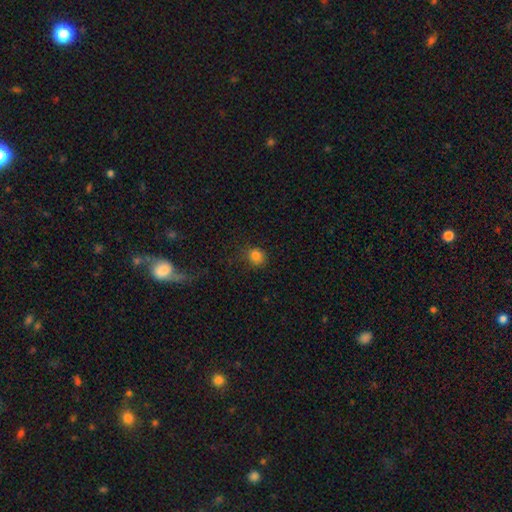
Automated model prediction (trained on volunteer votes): smooth-or-featured: smooth: 80% | star or artifact: 15% | featured or disk: 5%
  how-rounded: round: 78% | in between: 21% | cigar-shaped: 1%
  merging: none: 72% | minor disturbance: 18% | major disturbance: 8% | merger: 2%